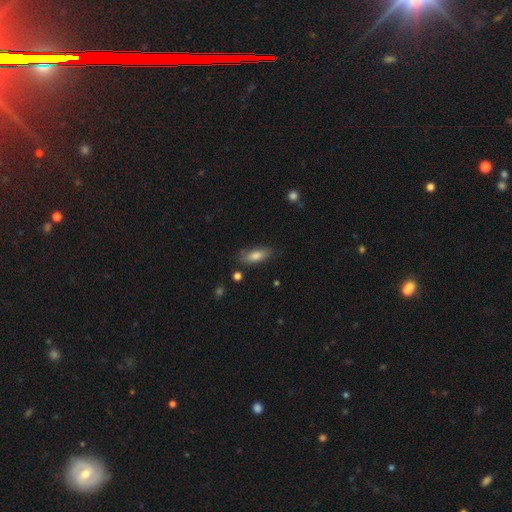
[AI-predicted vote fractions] A smooth galaxy with no disk features (80%) that is in between round and cigar-shaped (77%).

Vote fractions:
- Smooth or featured? smooth: 80% / featured or disk: 12% / star or artifact: 7%
- How rounded? in between: 77% / cigar-shaped: 21% / round: 3%
- Merging? none: 78% / minor disturbance: 16% / major disturbance: 3% / merger: 2%